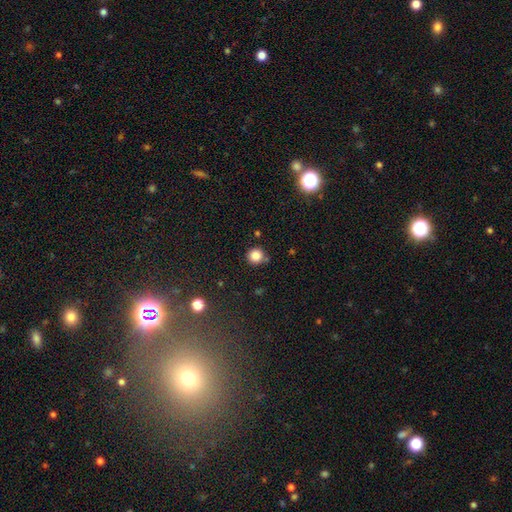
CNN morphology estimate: Smooth or featured?
  - smooth: 84% *
  - star or artifact: 11%
  - featured or disk: 4%
How rounded?
  - round: 94% *
  - in between: 5%
  - cigar-shaped: 1%
Merging?
  - none: 84% *
  - minor disturbance: 9%
  - merger: 4%
  - major disturbance: 2%